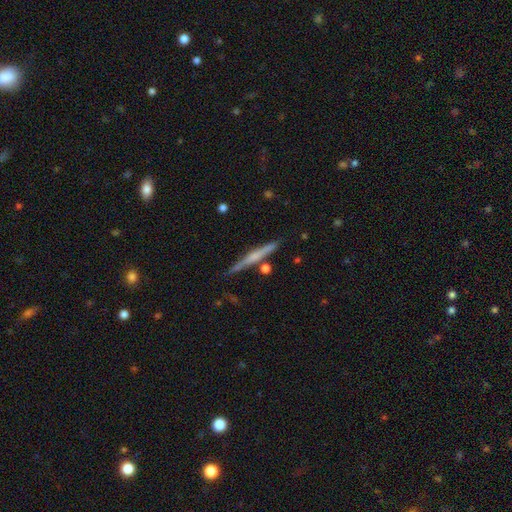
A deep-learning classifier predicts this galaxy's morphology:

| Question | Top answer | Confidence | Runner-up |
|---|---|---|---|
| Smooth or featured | featured or disk | 63% | smooth (31%) |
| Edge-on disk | yes | 98% | no (2%) |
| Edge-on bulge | rounded | 51% | none (39%) |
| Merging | none | 84% | minor disturbance (10%) |